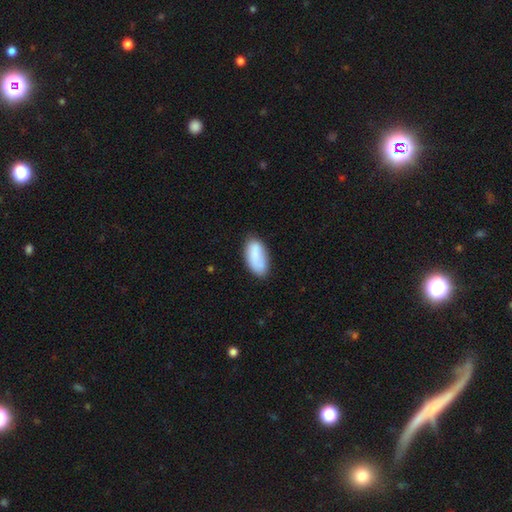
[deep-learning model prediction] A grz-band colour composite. It shows a smooth galaxy with no disk features (82%) that is in between round and cigar-shaped (92%). Merging: none (68%).